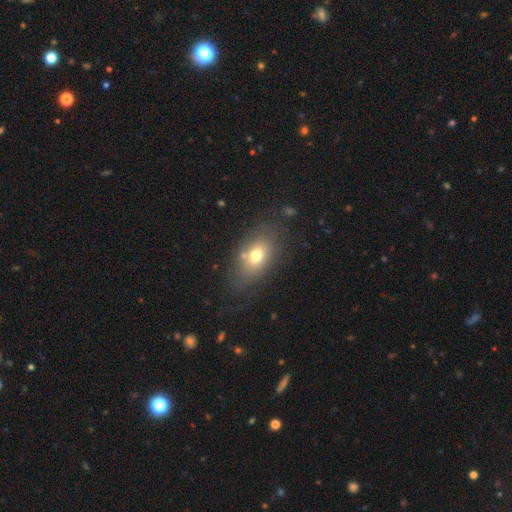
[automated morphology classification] smooth 69%, featured or disk 20%, star or artifact 11%. Down the decision tree: how rounded — in between (83%); merging — none (70%).